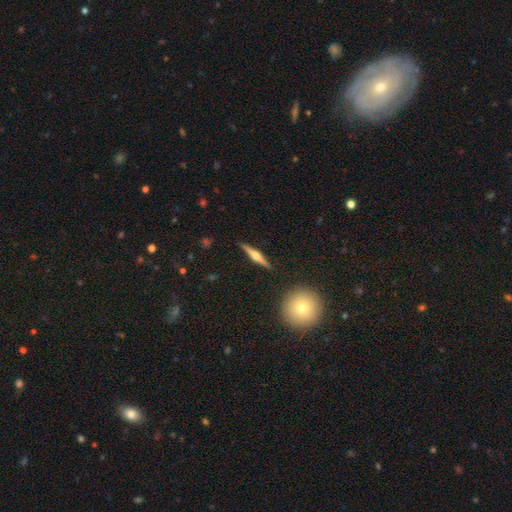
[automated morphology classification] Overall: featured or disk (69%). Edge-on disk: yes (98%). Edge-on bulge: rounded (91%). Merging: none (90%).